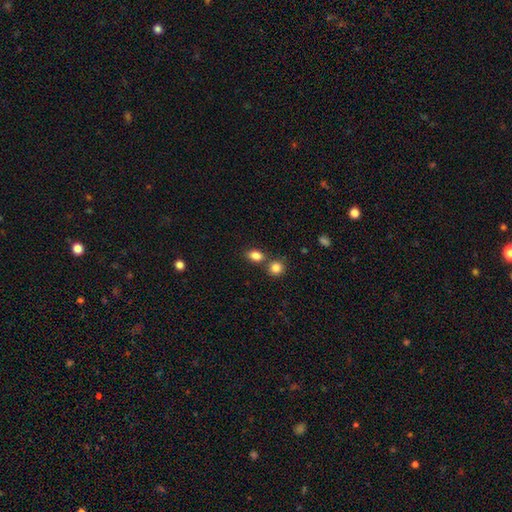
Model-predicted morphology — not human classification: Smooth or featured? Predicted: smooth (p=0.85). How rounded? Predicted: in between (p=0.75). Merging? Predicted: none (p=0.62).